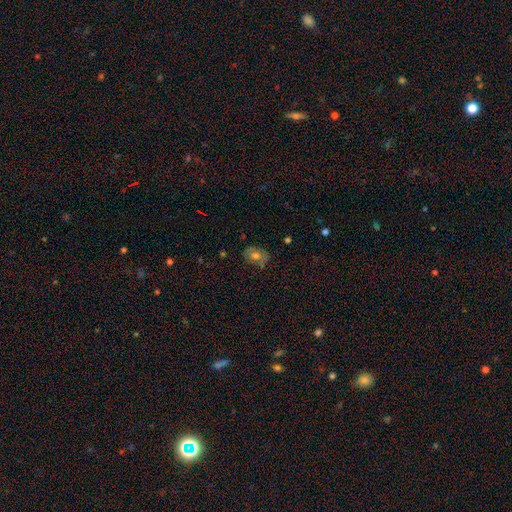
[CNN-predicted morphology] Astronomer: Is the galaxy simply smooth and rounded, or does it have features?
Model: smooth — 53% (runner-up: featured or disk, 35%).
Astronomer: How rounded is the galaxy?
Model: in between — 64%.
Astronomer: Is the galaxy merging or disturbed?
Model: none — 72%.